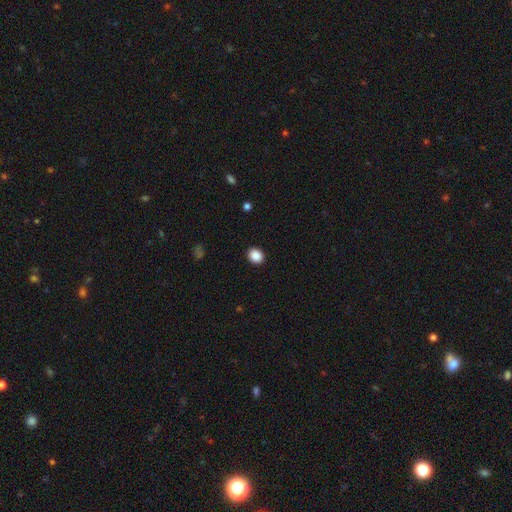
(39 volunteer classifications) Smooth or featured?
  - smooth: 82% *
  - star or artifact: 10%
  - featured or disk: 8%
How rounded?
  - round: 66% *
  - in between: 34%
  - cigar-shaped: 0%
Merging?
  - none: 91% *
  - minor disturbance: 9%
  - major disturbance: 0%
  - merger: 0%